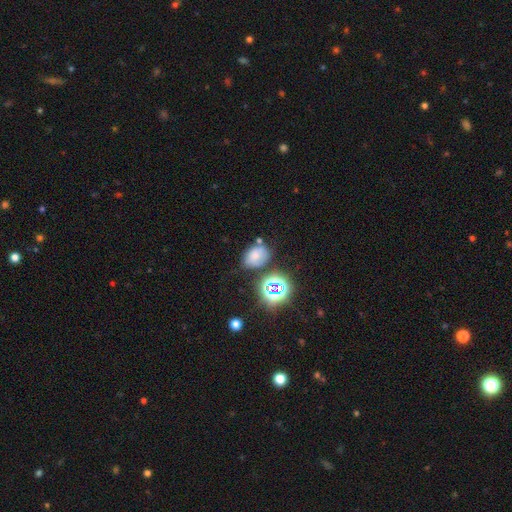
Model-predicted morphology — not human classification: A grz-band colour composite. It shows a smooth galaxy with no disk features (57%) that is in between round and cigar-shaped (72%). Merging: none (58%).